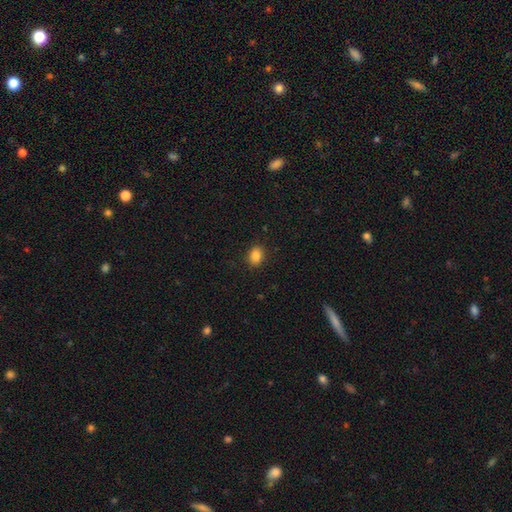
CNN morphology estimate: Q: Smooth or featured?
A: smooth (86%); runner-up: star or artifact (10%)
Q: How rounded?
A: in between (60%); runner-up: round (39%)
Q: Merging?
A: none (89%); runner-up: minor disturbance (8%)